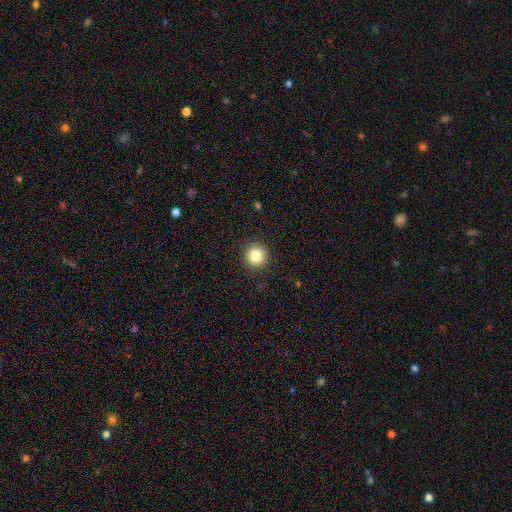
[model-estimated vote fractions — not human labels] Smooth or featured? smooth (83%)
How rounded? round (94%)
Merging? none (91%)